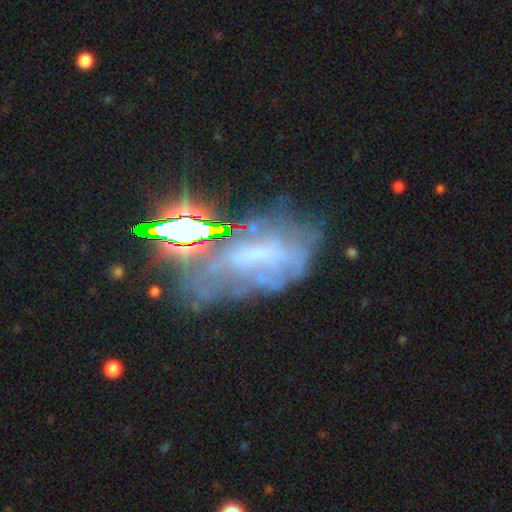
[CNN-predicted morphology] Smooth or featured? featured or disk (51%)
Edge-on disk? no (93%)
Merging? none (35%)